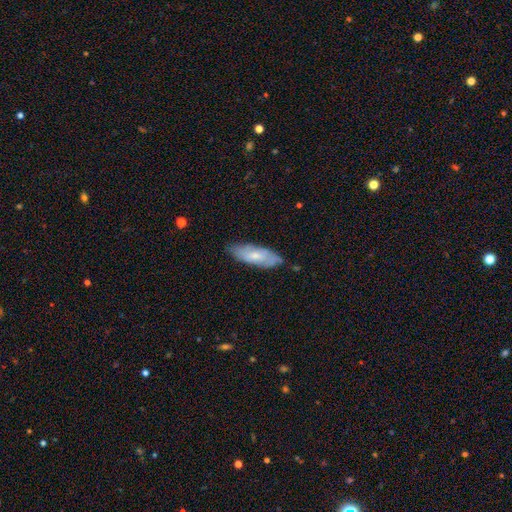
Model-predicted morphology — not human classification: smooth_or_featured: smooth (p=0.62) [alt: featured or disk p=0.32]
how_rounded: in between (p=0.64) [alt: cigar-shaped p=0.34]
merging: none (p=0.76) [alt: minor disturbance p=0.19]